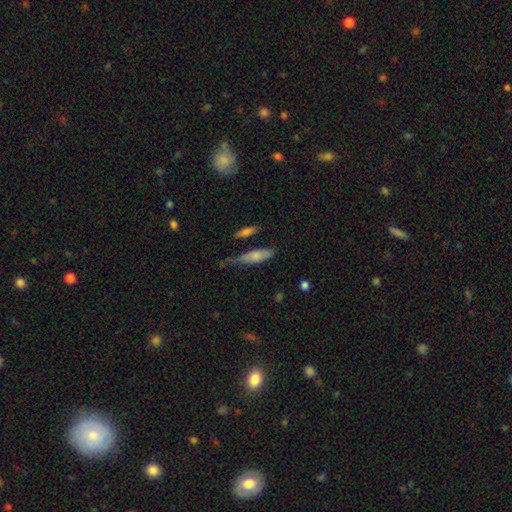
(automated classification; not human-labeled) Overall: smooth (70%). How rounded: cigar-shaped (54%; in between 43%). Merging: none (46%; minor disturbance 34%).